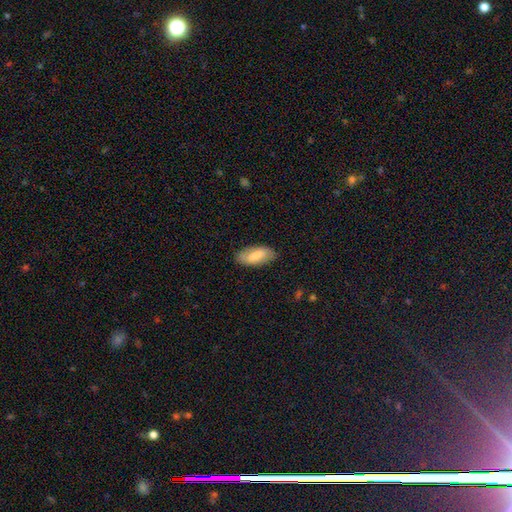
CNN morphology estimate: Smooth or featured? smooth (70%)
How rounded? in between (87%)
Merging? none (83%)